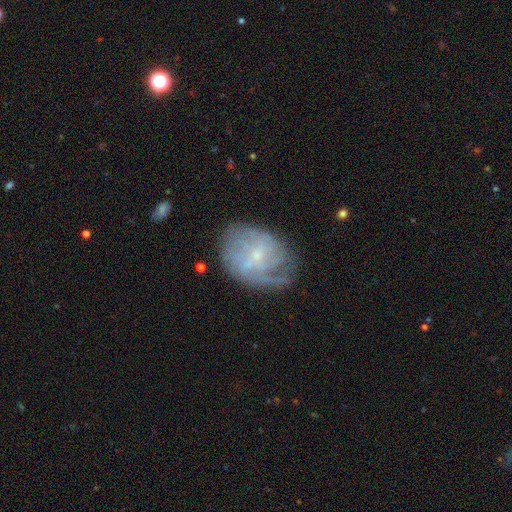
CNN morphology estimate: A featured or disk galaxy (66%) with a weak bar (49%), spiral arms (78%) and a small central bulge (72%). Merging: none (57%).